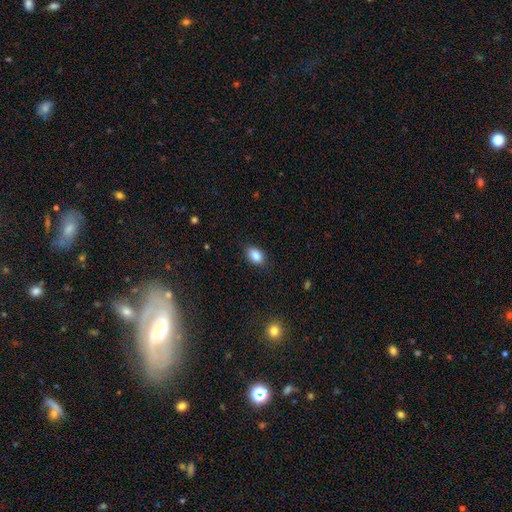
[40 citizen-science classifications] smooth_or_featured: smooth (p=0.82) [alt: featured or disk p=0.10]
how_rounded: in between (p=0.94) [alt: round p=0.06]
merging: none (p=0.84) [alt: minor disturbance p=0.14]